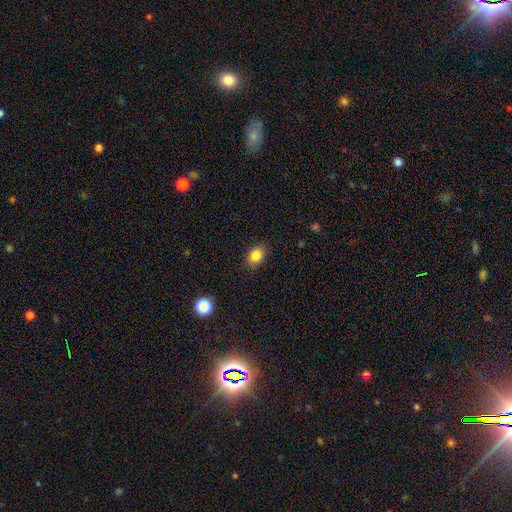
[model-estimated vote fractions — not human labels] This is clearly a smooth galaxy (84%). How rounded: likely in between (66%). Merging: clearly none (87%).